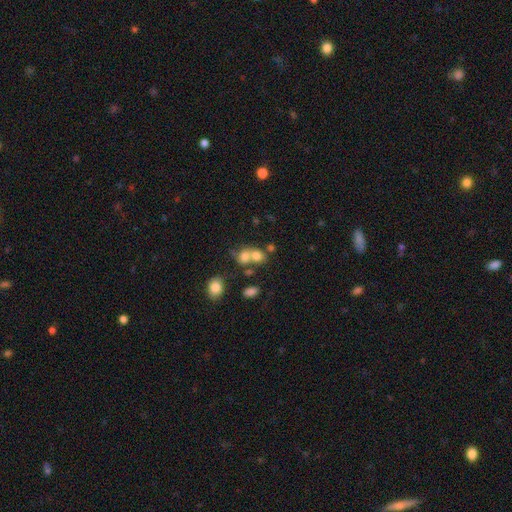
This is likely a smooth galaxy (64%). How rounded: likely round (64%). Merging: likely merger (74%).